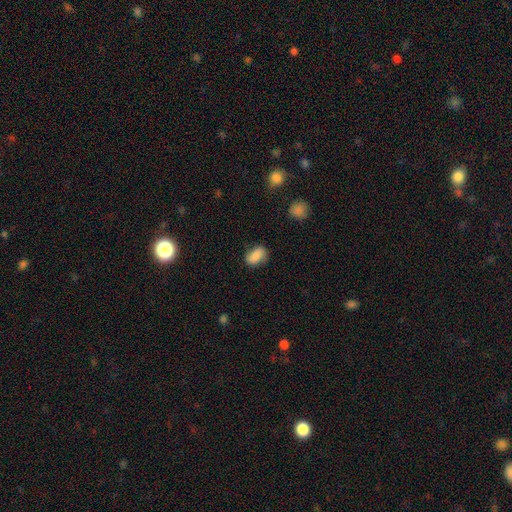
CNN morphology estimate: type=smooth (83%); roundness=in between (86%); merging=none (71%).